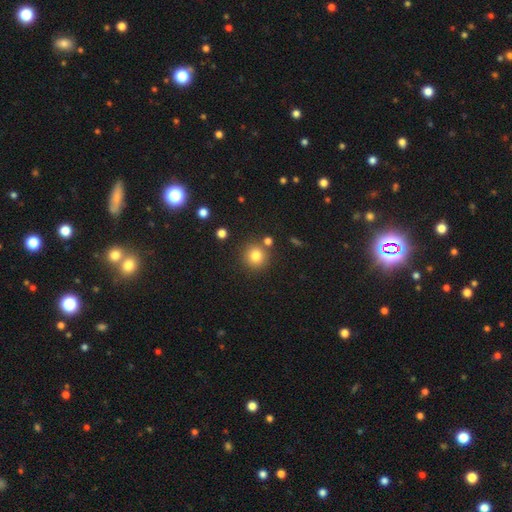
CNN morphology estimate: smooth-or-featured: smooth: 80% | star or artifact: 12% | featured or disk: 8%
  how-rounded: round: 93% | in between: 6% | cigar-shaped: 1%
  merging: none: 81% | merger: 8% | minor disturbance: 8% | major disturbance: 3%